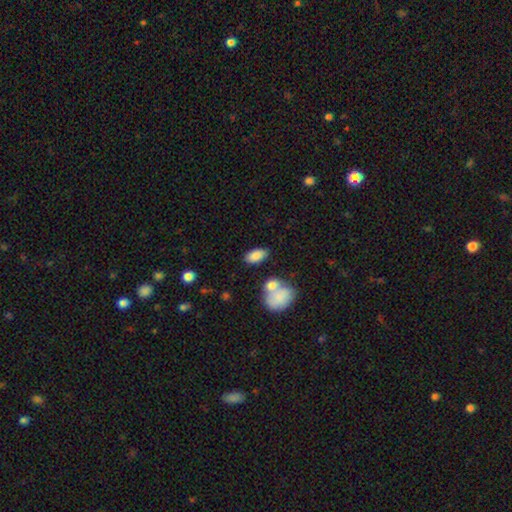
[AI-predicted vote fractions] Smooth or featured? Predicted: smooth (p=0.85). How rounded? Predicted: in between (p=0.92). Merging? Predicted: none (p=0.72).